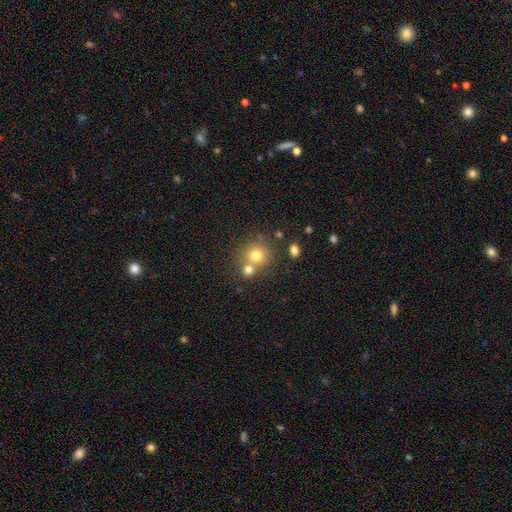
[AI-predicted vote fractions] Smooth or featured? Predicted: smooth (p=0.75). How rounded? Predicted: round (p=0.86). Merging? Predicted: none (p=0.54).